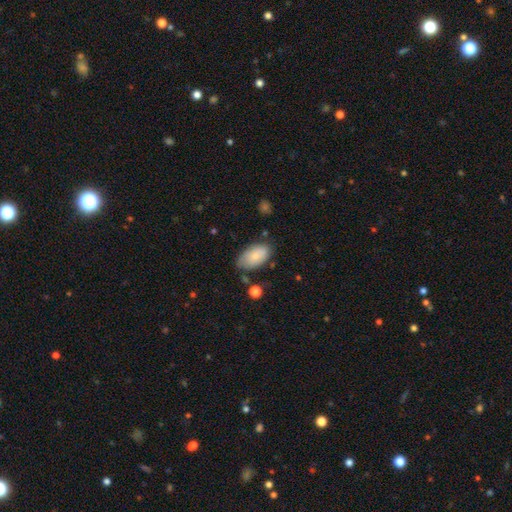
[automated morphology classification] Smooth or featured: smooth — 80% (featured or disk — 14%)
How rounded: in between — 94% (round — 4%)
Merging: none — 68% (minor disturbance — 23%)